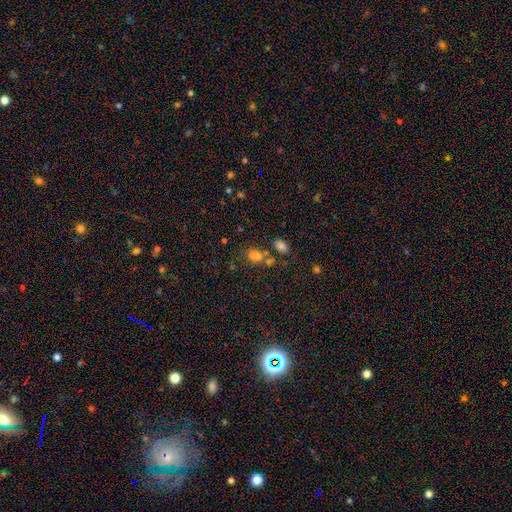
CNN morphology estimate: smooth_or_featured: smooth (p=0.69) [alt: star or artifact p=0.21]
how_rounded: in between (p=0.58) [alt: round p=0.40]
merging: none (p=0.48) [alt: merger p=0.32]